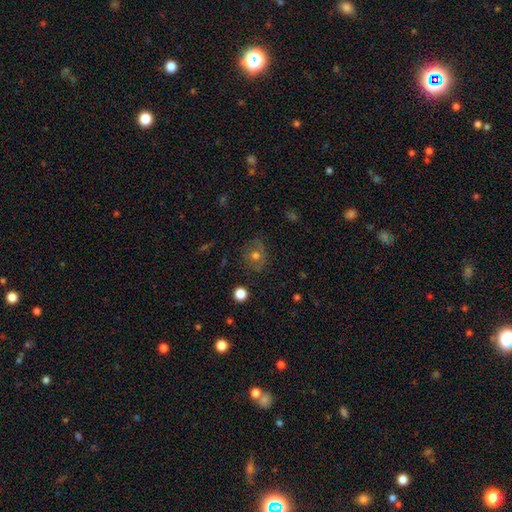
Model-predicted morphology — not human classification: Smooth or featured? smooth (57%)
How rounded? round (74%)
Merging? none (74%)